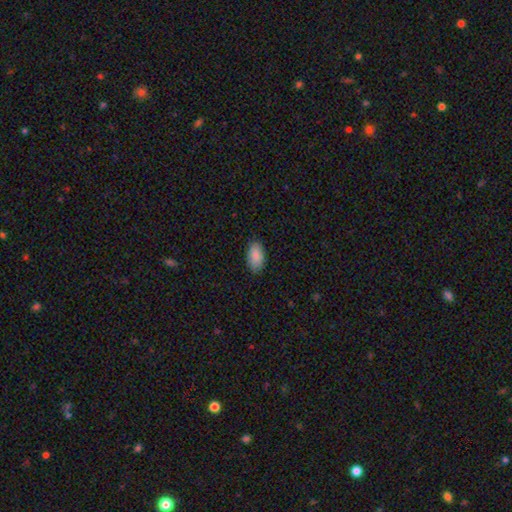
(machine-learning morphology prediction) Q: Smooth or featured?
A: smooth (89%); runner-up: star or artifact (6%)
Q: How rounded?
A: in between (94%); runner-up: round (3%)
Q: Merging?
A: none (86%); runner-up: minor disturbance (11%)